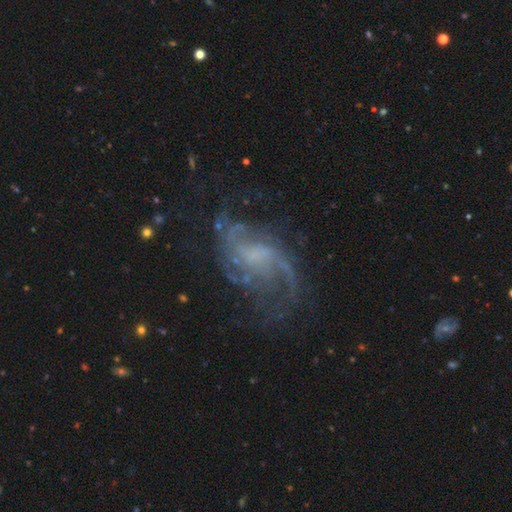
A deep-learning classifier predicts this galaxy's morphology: type=featured or disk (83%); edge-on=no (97%); bar=no (49%); spiral arms=yes (92%); winding=loose (46%); arm count=2 (42%); bulge=none (45%); merging=none (59%).